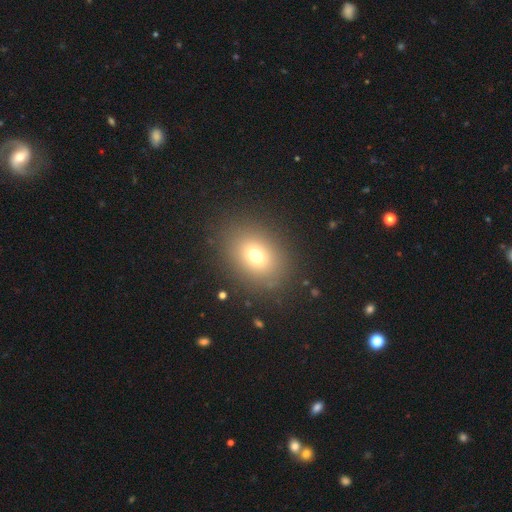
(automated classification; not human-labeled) Smooth or featured? Predicted: smooth (p=0.71). How rounded? Predicted: in between (p=0.62). Merging? Predicted: none (p=0.86).